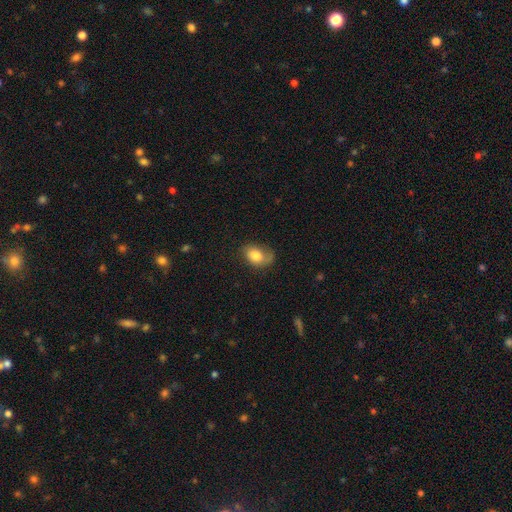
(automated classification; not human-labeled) The model was most divided on "merging": none: 48%, minor disturbance: 31%, major disturbance: 16%, merger: 4%. More confident: how rounded — in between (76%); smooth or featured — smooth (75%).